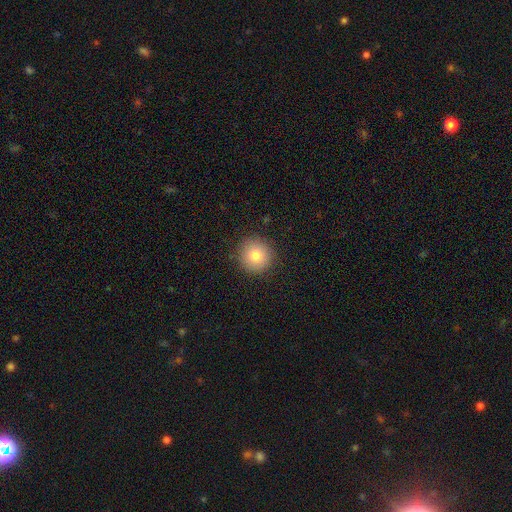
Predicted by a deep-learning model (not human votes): smooth 79%, star or artifact 11%, featured or disk 11%. Down the decision tree: how rounded — round (95%); merging — none (90%).